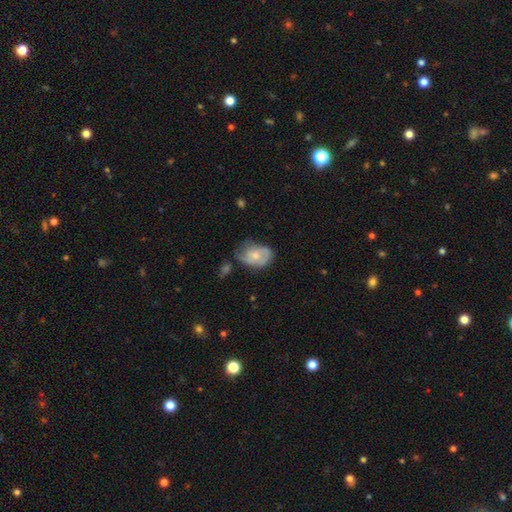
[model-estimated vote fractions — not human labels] Morphology: type=featured or disk (47%); merging=none (41%).